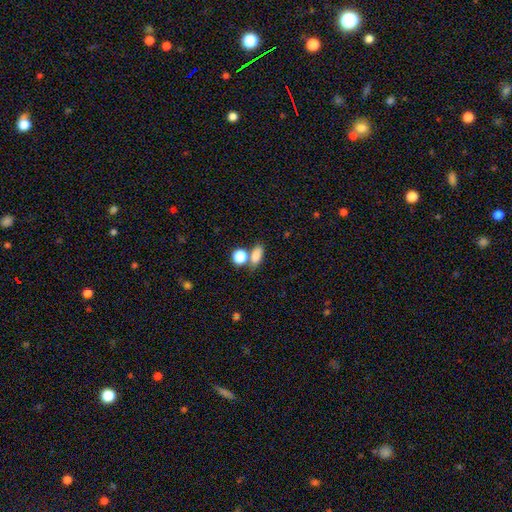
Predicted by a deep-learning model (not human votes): Smooth or featured?
  - smooth: 81% *
  - star or artifact: 11%
  - featured or disk: 7%
How rounded?
  - in between: 74% *
  - round: 19%
  - cigar-shaped: 7%
Merging?
  - none: 55% *
  - merger: 29%
  - minor disturbance: 11%
  - major disturbance: 5%